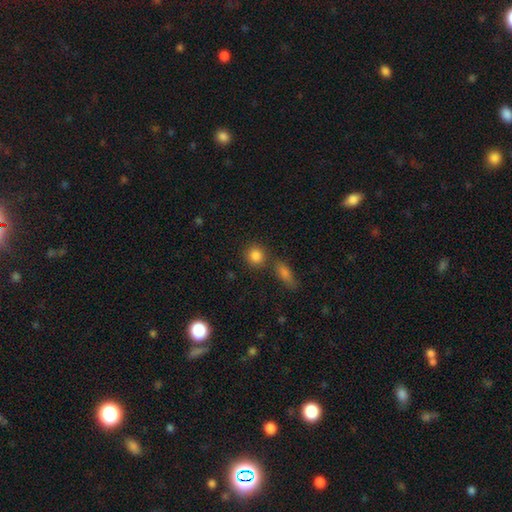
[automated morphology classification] This is clearly a smooth galaxy (84%). How rounded: clearly round (83%). Merging: likely none (69%).